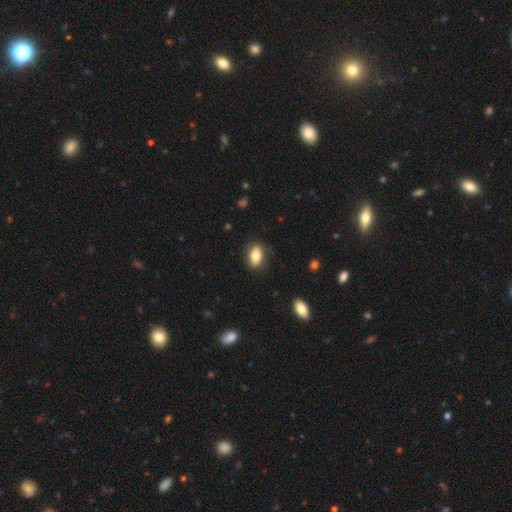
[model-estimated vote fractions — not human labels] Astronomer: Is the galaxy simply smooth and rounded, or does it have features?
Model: smooth — 81%.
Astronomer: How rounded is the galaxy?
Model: in between — 88%.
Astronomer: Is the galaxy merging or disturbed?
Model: none — 84%.